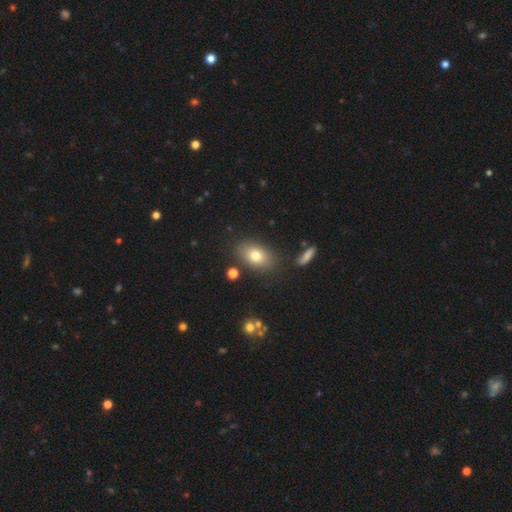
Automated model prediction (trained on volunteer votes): A smooth galaxy with no disk features (77%) that is in between round and cigar-shaped (84%). Merging: none (81%).